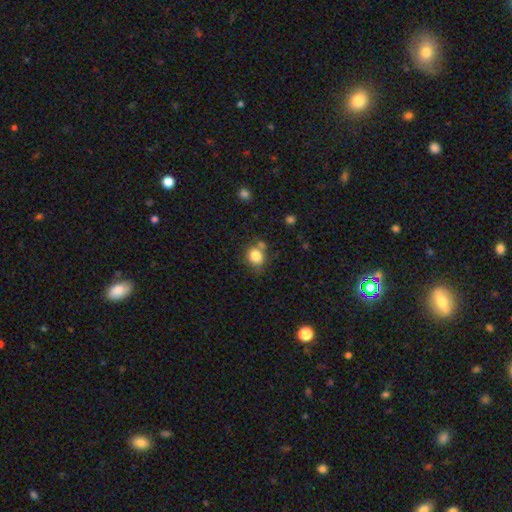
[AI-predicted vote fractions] Overall: smooth (82%). How rounded: round (70%). Merging: none (62%).